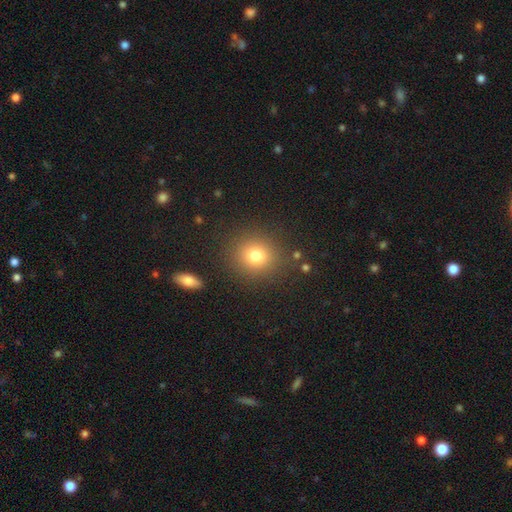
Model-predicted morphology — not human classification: smooth 78%, star or artifact 14%, featured or disk 8%. Down the decision tree: how rounded — round (84%); merging — none (86%).